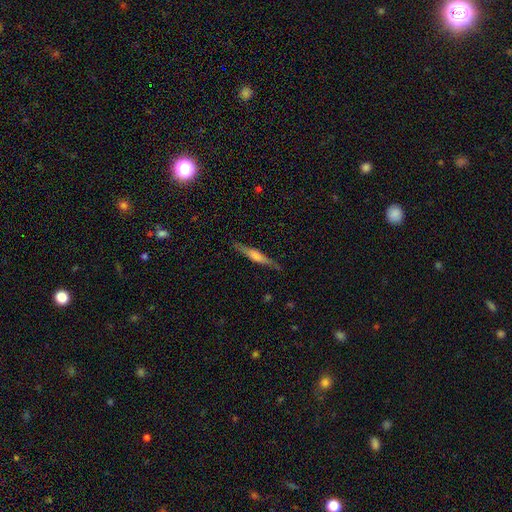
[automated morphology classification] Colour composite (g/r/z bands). It shows a featured or disk galaxy (54%) viewed edge-on (95%) with a rounded central bulge (55%). Merging: none (85%).